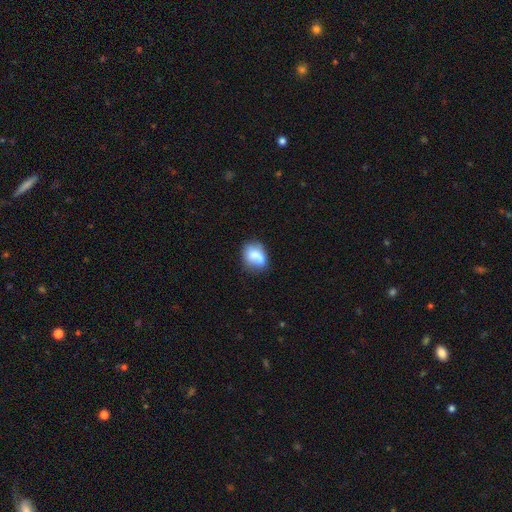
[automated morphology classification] smooth-or-featured: smooth: 69% | featured or disk: 22% | star or artifact: 9%
  how-rounded: in between: 58% | round: 40% | cigar-shaped: 2%
  merging: none: 43% | merger: 24% | minor disturbance: 24% | major disturbance: 9%